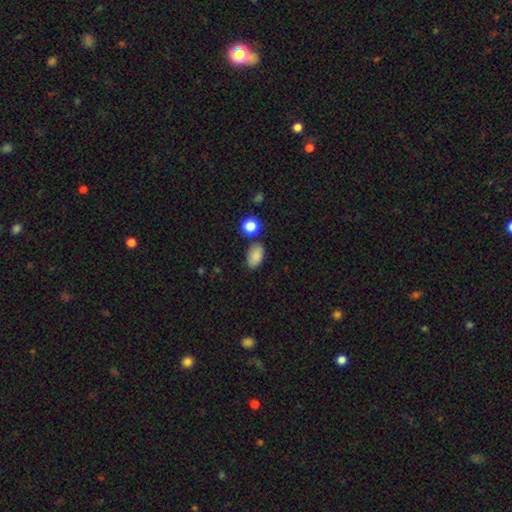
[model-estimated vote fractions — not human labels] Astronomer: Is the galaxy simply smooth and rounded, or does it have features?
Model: smooth — 84%.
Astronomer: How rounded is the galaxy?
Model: in between — 90%.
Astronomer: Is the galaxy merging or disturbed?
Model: none — 75%.